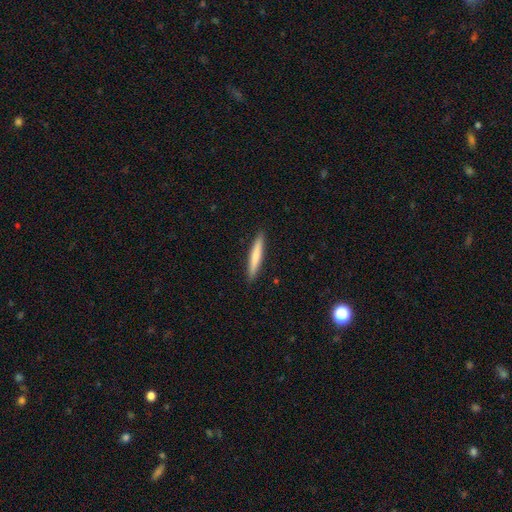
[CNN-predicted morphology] smooth_or_featured: smooth (p=0.73) [alt: featured or disk p=0.22]
how_rounded: cigar-shaped (p=0.95) [alt: in between p=0.04]
merging: none (p=0.92) [alt: minor disturbance p=0.06]